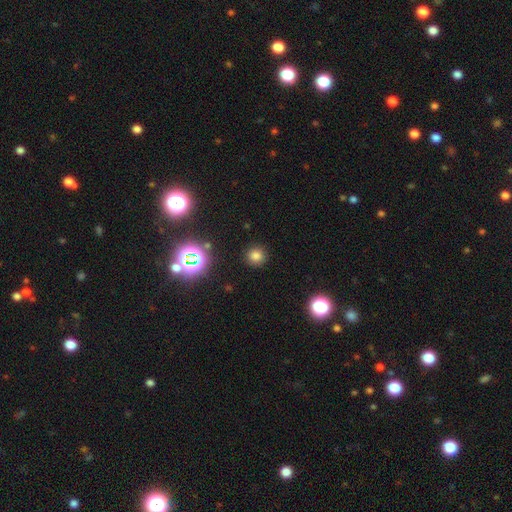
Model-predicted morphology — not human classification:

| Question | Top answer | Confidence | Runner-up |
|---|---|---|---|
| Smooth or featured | smooth | 74% | star or artifact (20%) |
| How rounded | round | 93% | in between (6%) |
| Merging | none | 90% | minor disturbance (6%) |